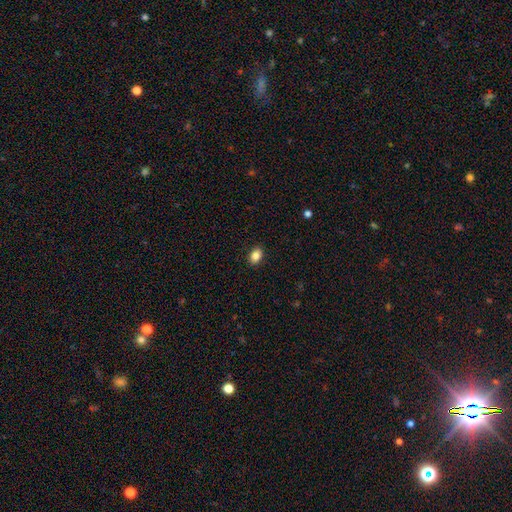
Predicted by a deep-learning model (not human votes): Smooth or featured? smooth (86%)
How rounded? in between (77%)
Merging? none (90%)